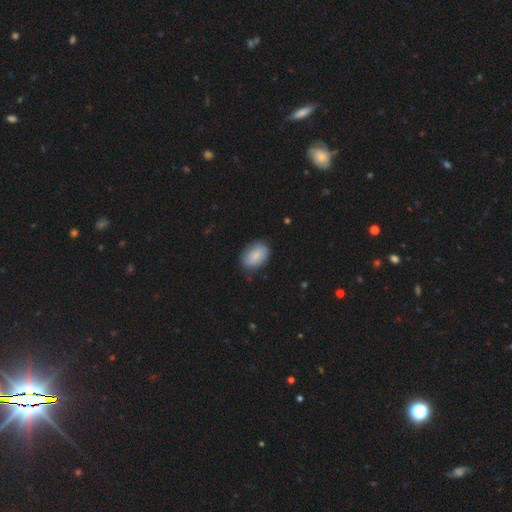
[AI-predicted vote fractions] Smooth or featured: smooth — 82% (featured or disk — 12%)
How rounded: in between — 83% (round — 16%)
Merging: none — 78% (minor disturbance — 17%)